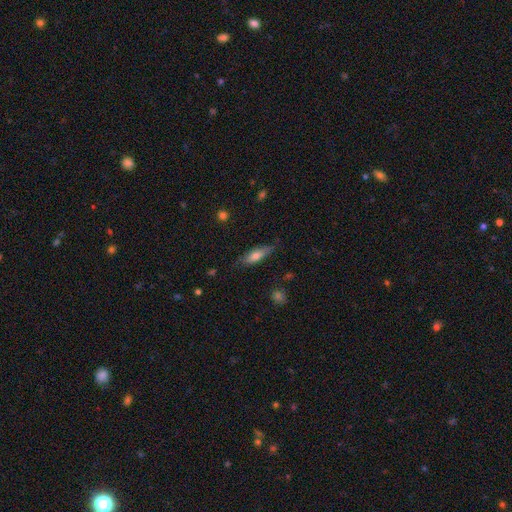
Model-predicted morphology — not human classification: Smooth or featured: smooth — 66% (featured or disk — 27%)
How rounded: cigar-shaped — 53% (in between — 45%)
Merging: none — 75% (minor disturbance — 20%)